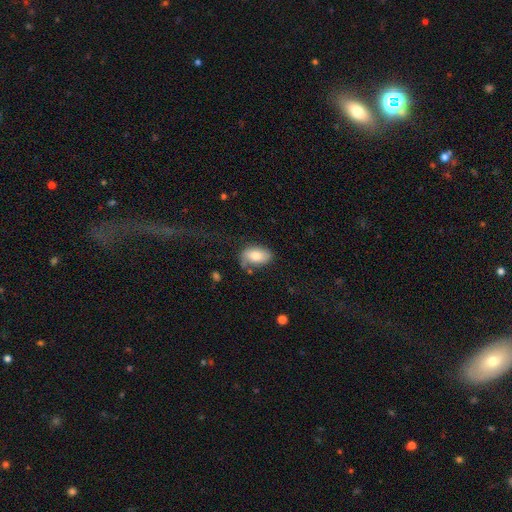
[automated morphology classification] Overall: smooth (78%). How rounded: in between (92%). Merging: none (67%).